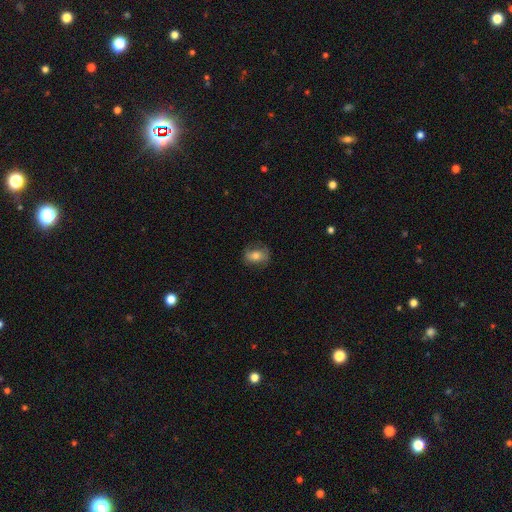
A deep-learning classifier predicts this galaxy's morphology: The model was most divided on "smooth or featured": smooth: 63%, featured or disk: 27%, star or artifact: 9%. More confident: merging — none (72%); how rounded — in between (67%).